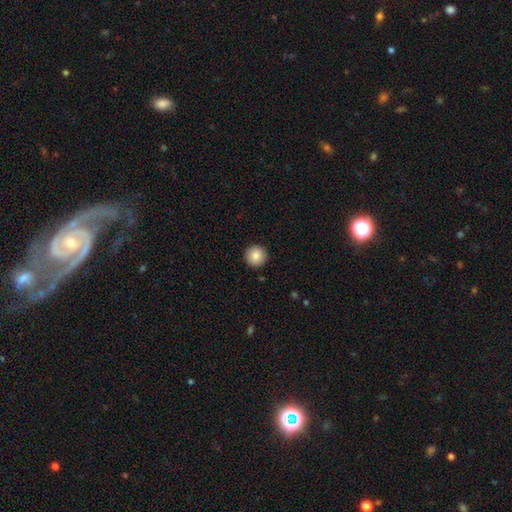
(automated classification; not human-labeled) smooth_or_featured: smooth (p=0.86) [alt: star or artifact p=0.08]
how_rounded: round (p=0.96) [alt: in between p=0.03]
merging: none (p=0.93) [alt: minor disturbance p=0.05]